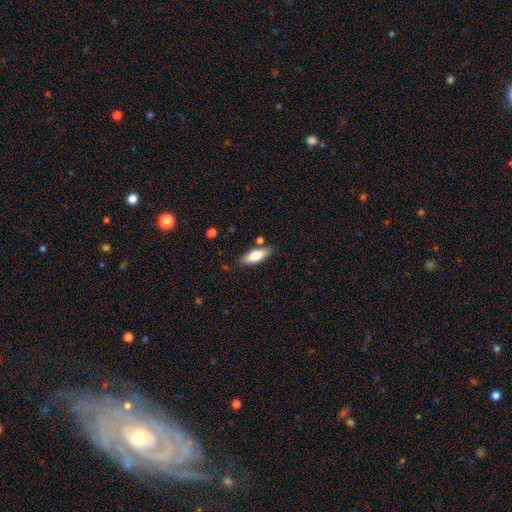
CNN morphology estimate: A smooth galaxy with no disk features (66%) that is in between round and cigar-shaped (69%). Merging: none (80%).